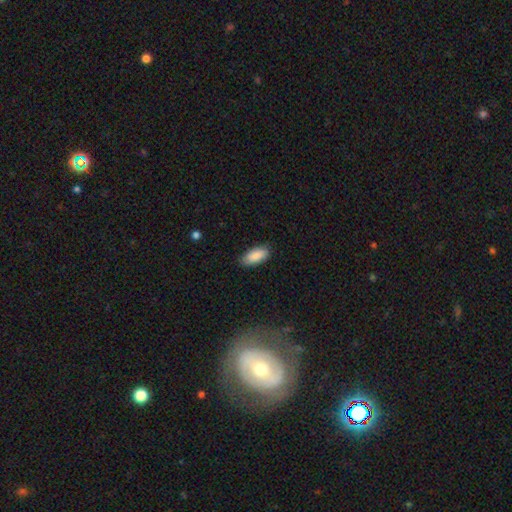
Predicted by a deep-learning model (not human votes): This appears to be a smooth galaxy with no disk features (88%) that is in between round and cigar-shaped (89%). Merging: none (84%).